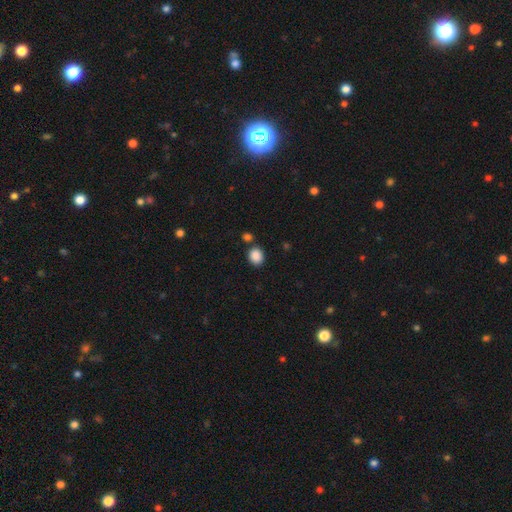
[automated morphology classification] Smooth or featured? smooth (88%)
How rounded? round (59%)
Merging? none (77%)